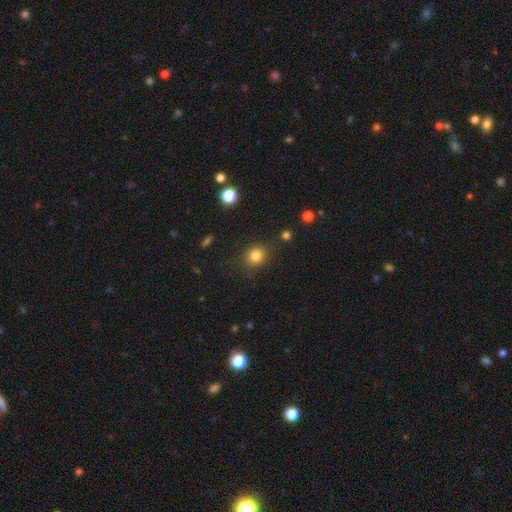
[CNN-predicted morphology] smooth 82%, star or artifact 12%, featured or disk 6%. Down the decision tree: how rounded — round (78%); merging — none (83%).